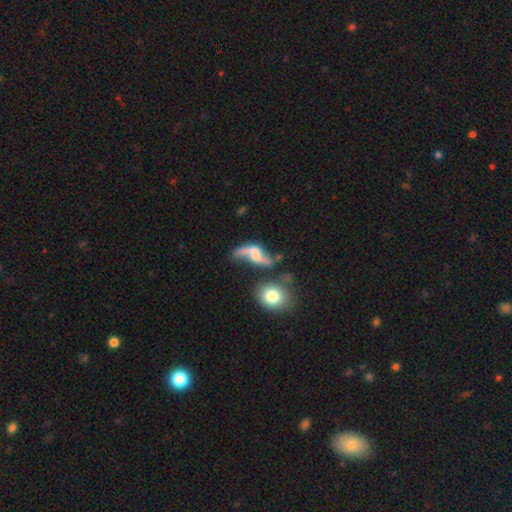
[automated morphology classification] A featured or disk galaxy (76%) with no bar (43%), 2 (89%) loose (91%) spiral arms (87%) and a moderate central bulge (31%). Merging: none (40%).